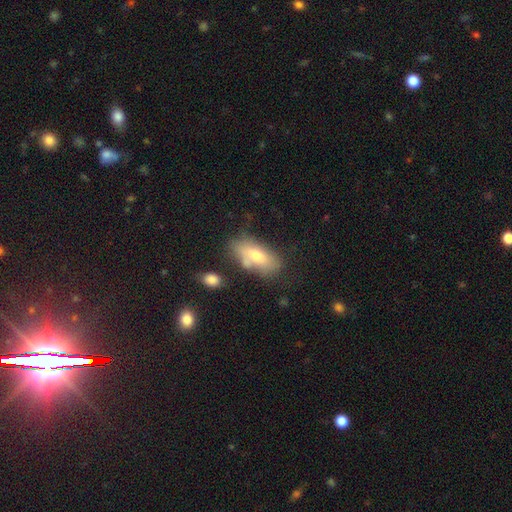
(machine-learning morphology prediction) smooth-or-featured: smooth: 70% | featured or disk: 22% | star or artifact: 8%
  how-rounded: in between: 86% | cigar-shaped: 11% | round: 3%
  merging: none: 60% | minor disturbance: 22% | merger: 12% | major disturbance: 7%